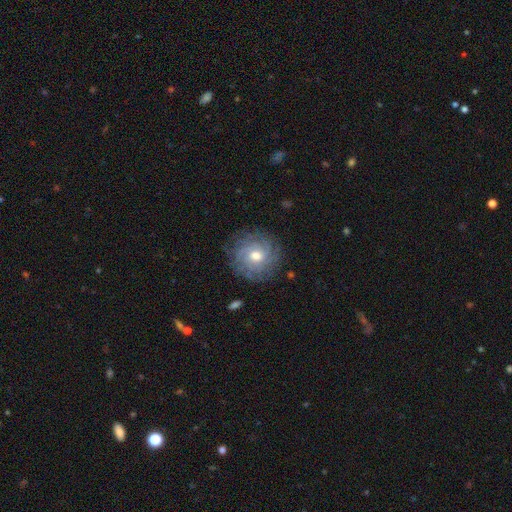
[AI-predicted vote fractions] A featured or disk galaxy (75%) with no bar (63%), tight (74%) spiral arms (91%) and a moderate central bulge (74%). Merging: none (82%).